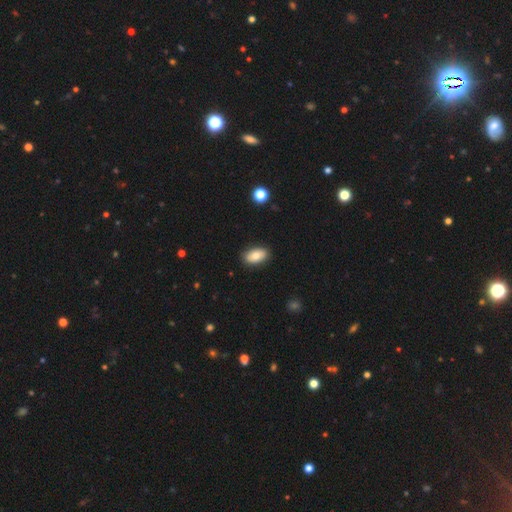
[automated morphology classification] smooth 80%, featured or disk 13%, star or artifact 7%. Down the decision tree: how rounded — in between (92%); merging — none (88%).